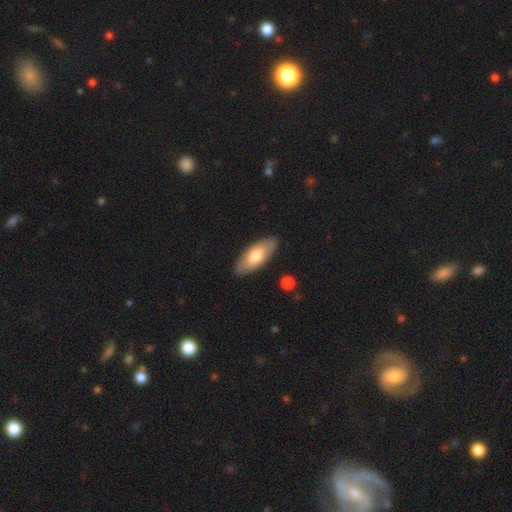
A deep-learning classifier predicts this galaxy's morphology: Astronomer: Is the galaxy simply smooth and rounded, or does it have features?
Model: smooth — 68%.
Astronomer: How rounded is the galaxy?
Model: in between — 81%.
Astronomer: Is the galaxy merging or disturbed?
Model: none — 88%.